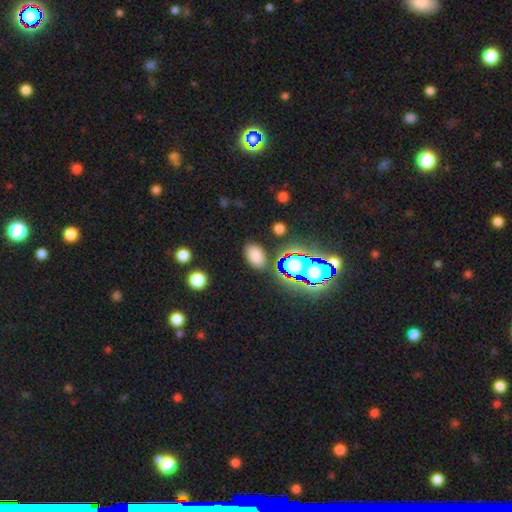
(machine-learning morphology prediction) Overall: smooth (72%). How rounded: in between (88%). Merging: none (81%).